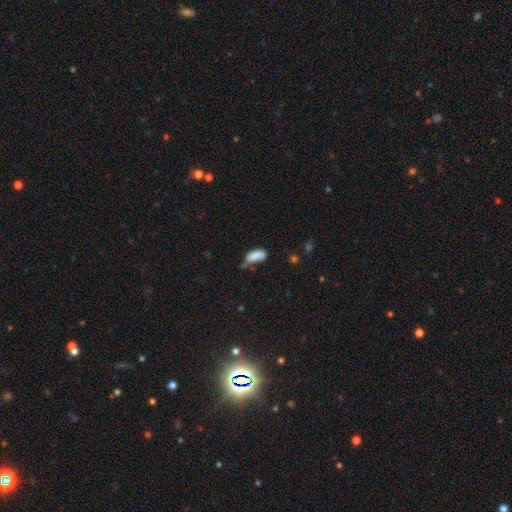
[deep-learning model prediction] The model was most divided on "merging": none: 41%, minor disturbance: 35%, major disturbance: 13%, merger: 11%. More confident: how rounded — in between (86%); smooth or featured — smooth (83%).